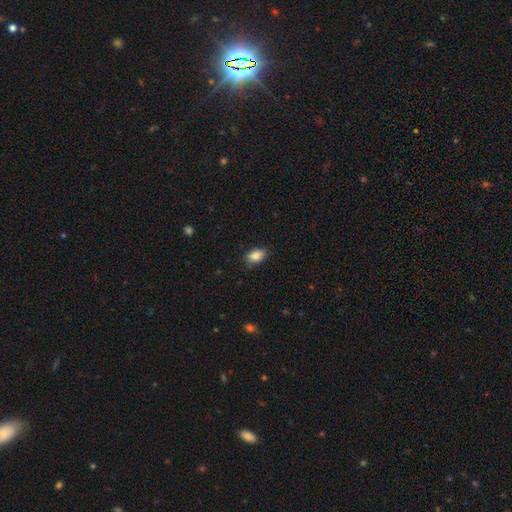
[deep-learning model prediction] Smooth or featured? Predicted: smooth (p=0.86). How rounded? Predicted: in between (p=0.88). Merging? Predicted: none (p=0.84).